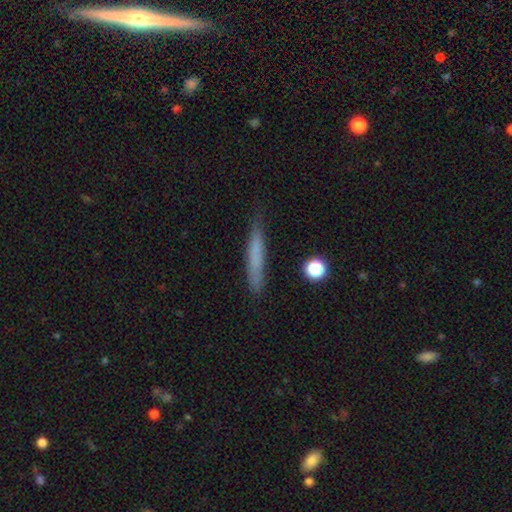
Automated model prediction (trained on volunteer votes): Morphology: type=smooth (68%); roundness=cigar-shaped (94%); merging=none (82%).